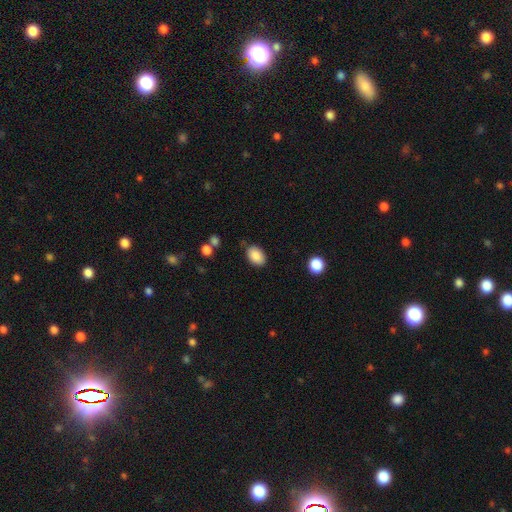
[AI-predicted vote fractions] A smooth galaxy with no disk features (87%) that is in between round and cigar-shaped (86%).

Vote fractions:
- Smooth or featured? smooth: 87% / star or artifact: 8% / featured or disk: 6%
- How rounded? in between: 86% / round: 13% / cigar-shaped: 1%
- Merging? none: 83% / minor disturbance: 12% / major disturbance: 3% / merger: 2%